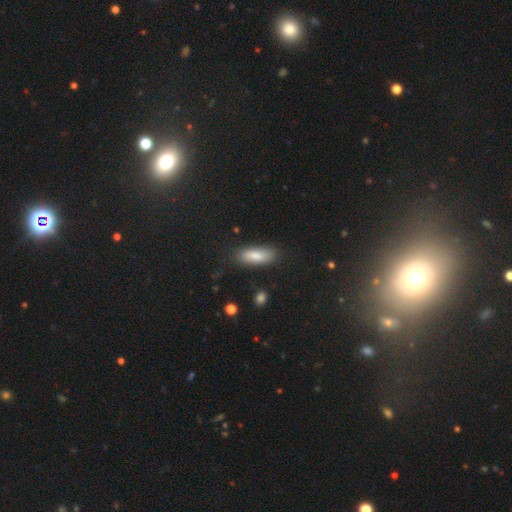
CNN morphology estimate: Smooth or featured? Predicted: smooth (p=0.83). How rounded? Predicted: in between (p=0.72). Merging? Predicted: none (p=0.80).